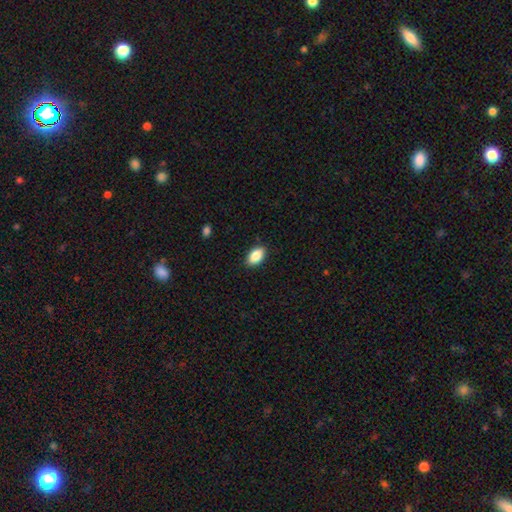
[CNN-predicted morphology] smooth-or-featured: smooth: 88% | star or artifact: 7% | featured or disk: 5%
  how-rounded: in between: 92% | round: 5% | cigar-shaped: 3%
  merging: none: 88% | minor disturbance: 9% | major disturbance: 2% | merger: 1%